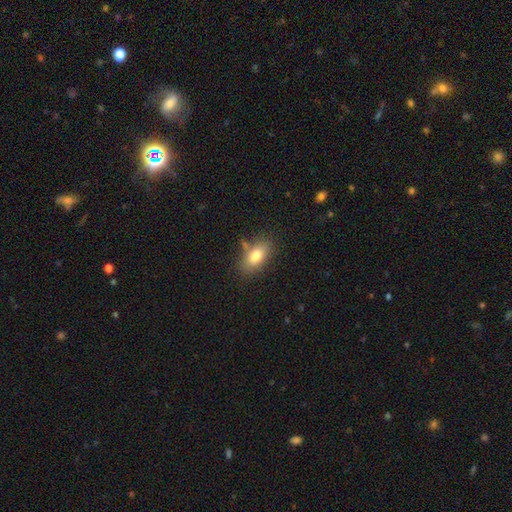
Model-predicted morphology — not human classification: A smooth galaxy with no disk features (79%) that is in between round and cigar-shaped (88%).

Vote fractions:
- Smooth or featured? smooth: 79% / featured or disk: 13% / star or artifact: 8%
- How rounded? in between: 88% / round: 6% / cigar-shaped: 5%
- Merging? none: 73% / minor disturbance: 16% / merger: 7% / major disturbance: 4%